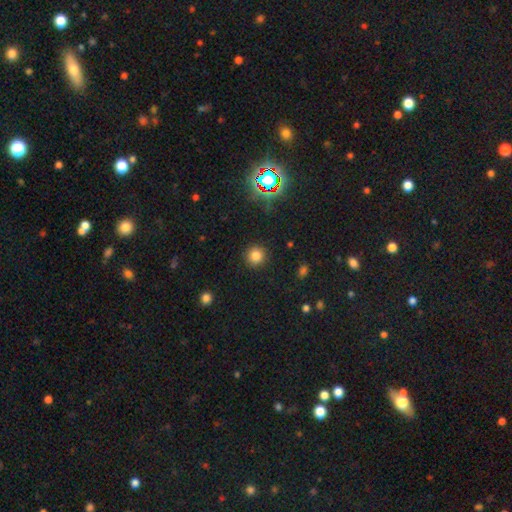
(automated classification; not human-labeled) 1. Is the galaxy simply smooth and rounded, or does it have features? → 79% smooth, 16% star or artifact, 5% featured or disk.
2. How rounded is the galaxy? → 94% round, 5% in between, 1% cigar-shaped.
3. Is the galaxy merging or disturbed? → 90% none, 6% minor disturbance, 2% major disturbance, 1% merger.